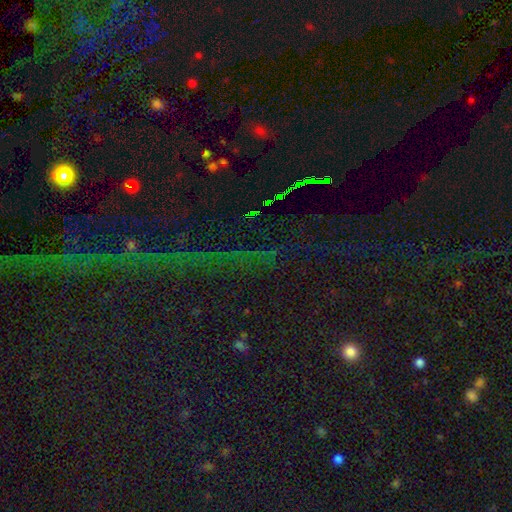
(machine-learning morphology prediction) A star or artifact, not a galaxy (80%).